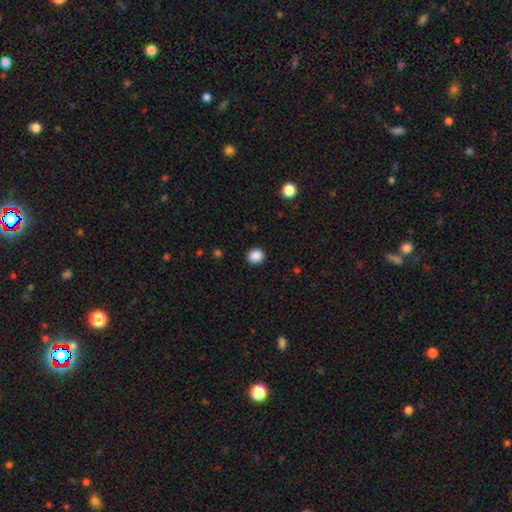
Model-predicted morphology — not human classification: smooth_or_featured: smooth (p=0.88) [alt: star or artifact p=0.09]
how_rounded: round (p=0.78) [alt: in between p=0.21]
merging: none (p=0.91) [alt: minor disturbance p=0.06]